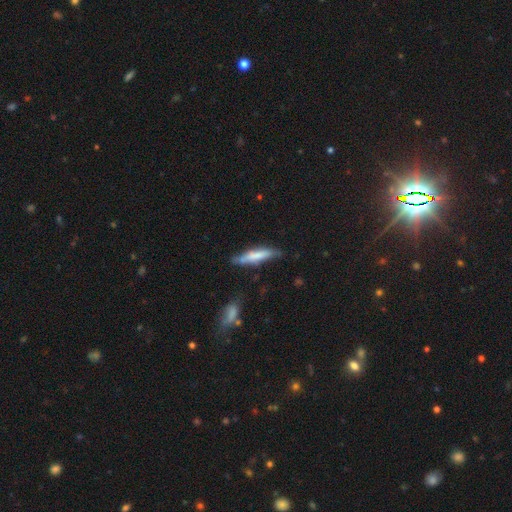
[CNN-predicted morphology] This appears to be a smooth galaxy with no disk features (65%) that is cigar-shaped (83%). Merging: none (67%).